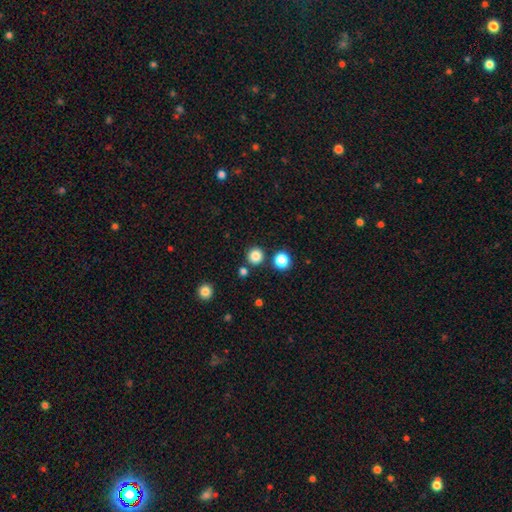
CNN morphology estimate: smooth 84%, star or artifact 13%, featured or disk 3%. Down the decision tree: how rounded — round (94%); merging — none (86%).